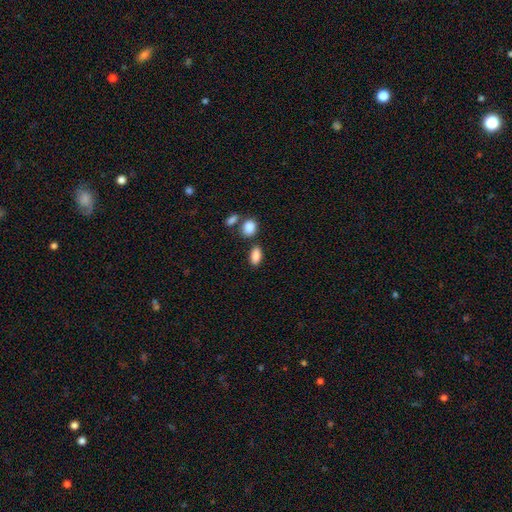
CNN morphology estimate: smooth_or_featured: smooth (p=0.87) [alt: star or artifact p=0.08]
how_rounded: in between (p=0.88) [alt: round p=0.07]
merging: none (p=0.76) [alt: minor disturbance p=0.11]